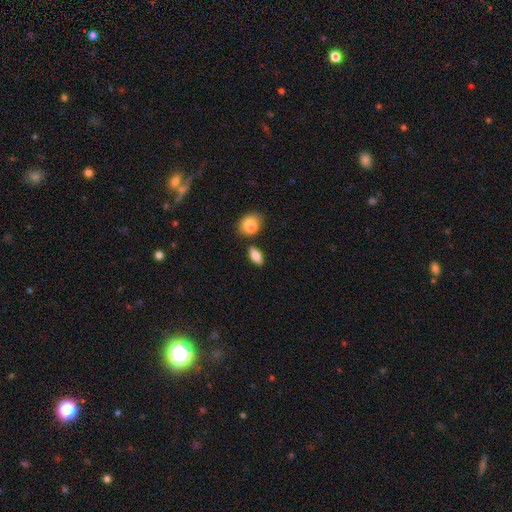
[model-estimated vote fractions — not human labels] This appears to be a smooth galaxy with no disk features (78%) that is in between round and cigar-shaped (82%). Merging: none (77%).